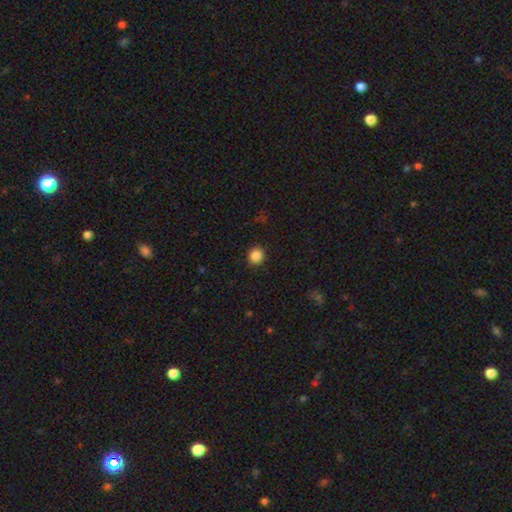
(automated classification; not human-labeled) A smooth galaxy with no disk features (87%) that is round (87%).

Vote fractions:
- Smooth or featured? smooth: 87% / star or artifact: 10% / featured or disk: 3%
- How rounded? round: 87% / in between: 12% / cigar-shaped: 1%
- Merging? none: 90% / minor disturbance: 7% / major disturbance: 2% / merger: 1%